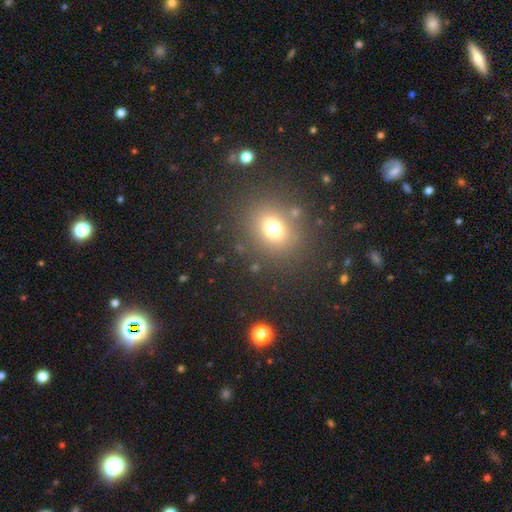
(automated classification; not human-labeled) A smooth galaxy with no disk features (54%) that is round (66%). Merging: none (87%).